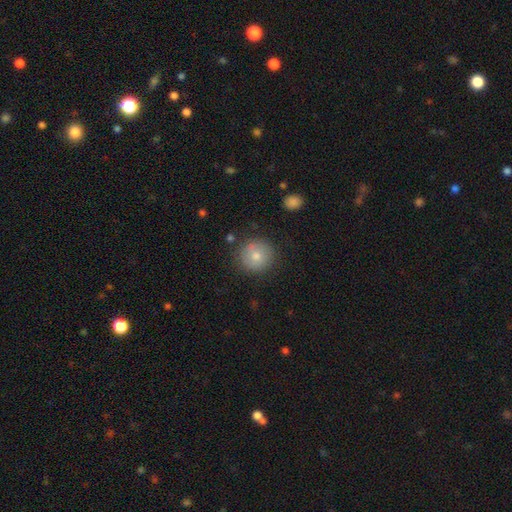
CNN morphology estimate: Smooth or featured?
  - smooth: 77% *
  - featured or disk: 14%
  - star or artifact: 9%
How rounded?
  - round: 93% *
  - in between: 6%
  - cigar-shaped: 1%
Merging?
  - none: 82% *
  - minor disturbance: 12%
  - major disturbance: 3%
  - merger: 3%